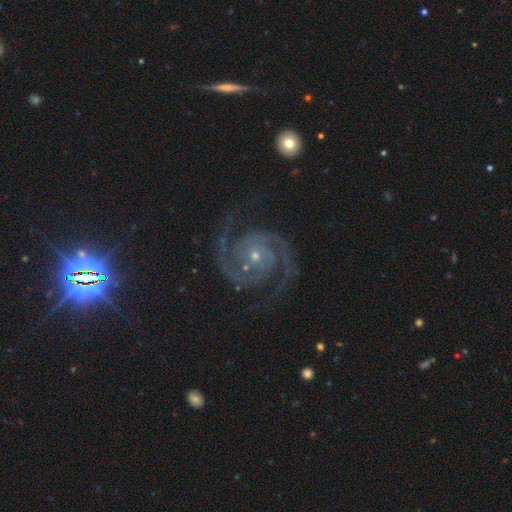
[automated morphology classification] type=featured or disk (92%); edge-on=no (98%); bar=no (71%); spiral arms=yes (99%); winding=tight (48%); arm count=2 (91%); bulge=small (72%); merging=none (81%).